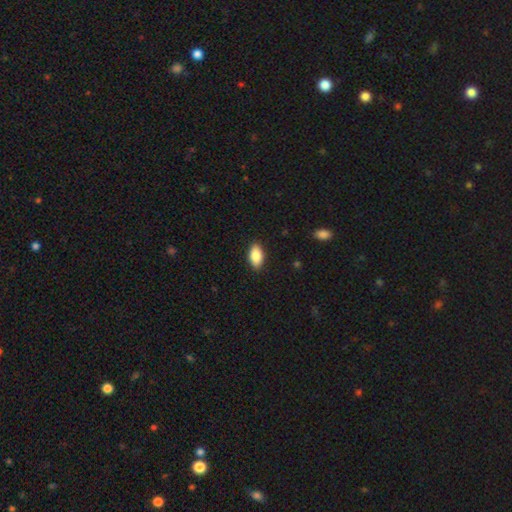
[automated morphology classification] Smooth or featured: smooth — 88% (star or artifact — 7%)
How rounded: in between — 93% (cigar-shaped — 4%)
Merging: none — 89% (minor disturbance — 8%)